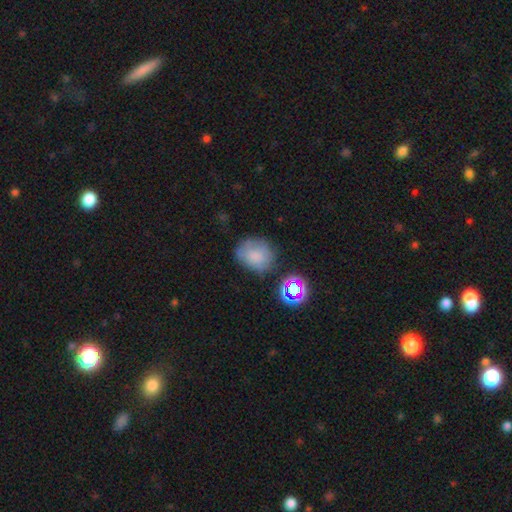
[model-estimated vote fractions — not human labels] smooth-or-featured: smooth: 70% | star or artifact: 15% | featured or disk: 15%
  how-rounded: round: 68% | in between: 31% | cigar-shaped: 1%
  merging: none: 64% | minor disturbance: 22% | major disturbance: 8% | merger: 7%